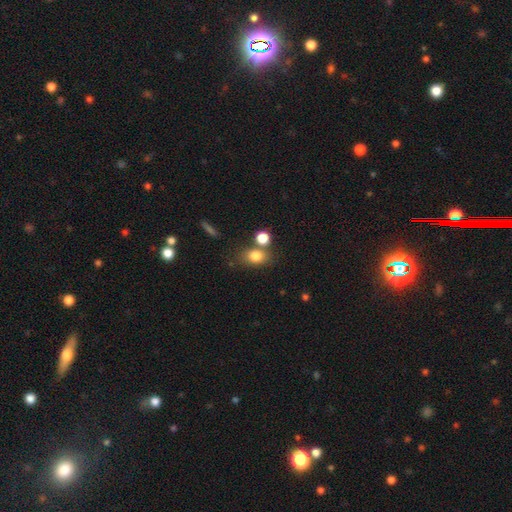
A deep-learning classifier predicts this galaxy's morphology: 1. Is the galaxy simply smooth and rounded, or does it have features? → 81% smooth, 11% star or artifact, 8% featured or disk.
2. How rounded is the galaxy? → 62% in between, 36% round, 2% cigar-shaped.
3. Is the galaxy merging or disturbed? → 60% none, 22% merger, 13% minor disturbance, 5% major disturbance.